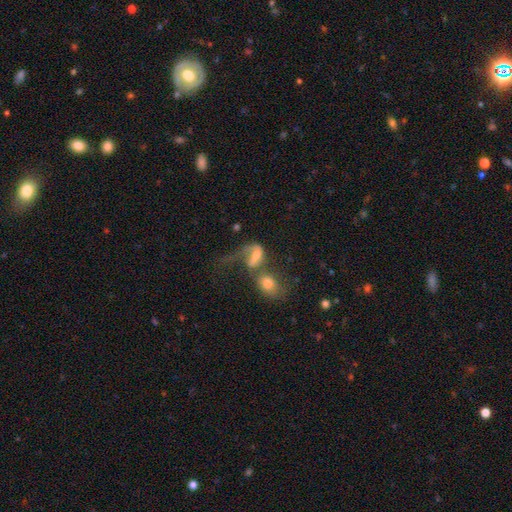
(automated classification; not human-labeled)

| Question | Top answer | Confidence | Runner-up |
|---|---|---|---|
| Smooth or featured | featured or disk | 48% | smooth (40%) |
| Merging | merger | 63% | major disturbance (19%) |